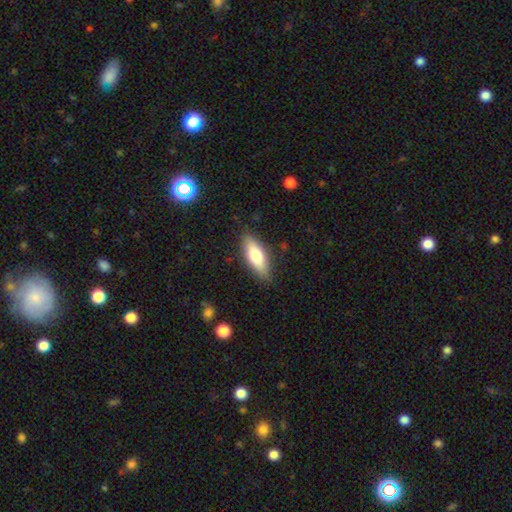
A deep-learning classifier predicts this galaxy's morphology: The model was most divided on "how rounded": in between: 66%, cigar-shaped: 32%, round: 2%. More confident: merging — none (84%); smooth or featured — smooth (70%).